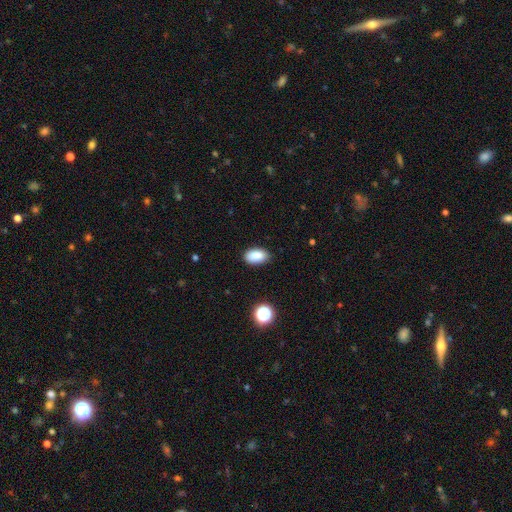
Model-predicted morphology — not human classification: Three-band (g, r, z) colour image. It shows a smooth galaxy with no disk features (87%) that is in between round and cigar-shaped (92%). Merging: none (87%).